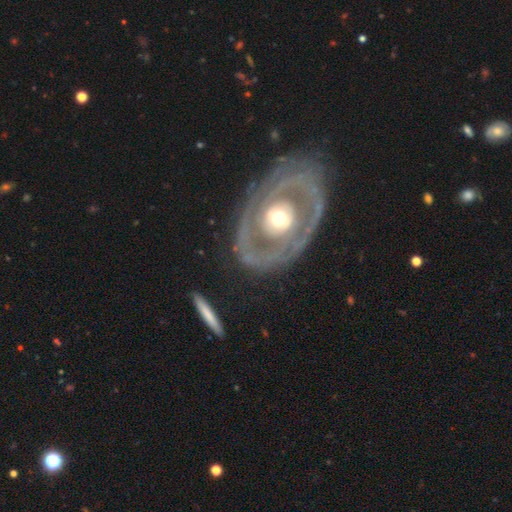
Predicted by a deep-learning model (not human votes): This is likely a featured or disk galaxy (79%). It is clearly not viewed edge-on (91%). Bar: clearly no (81%). Spiral arm pattern: possibly yes (51%). Central bulge: likely moderate (67%). Merging: likely none (76%).